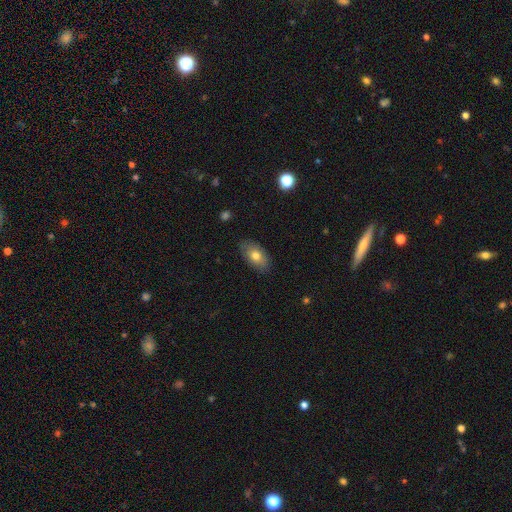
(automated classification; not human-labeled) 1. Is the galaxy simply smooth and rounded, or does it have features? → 73% smooth, 19% featured or disk, 8% star or artifact.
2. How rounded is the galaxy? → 91% in between, 5% round, 3% cigar-shaped.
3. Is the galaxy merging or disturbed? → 84% none, 12% minor disturbance, 2% major disturbance, 1% merger.